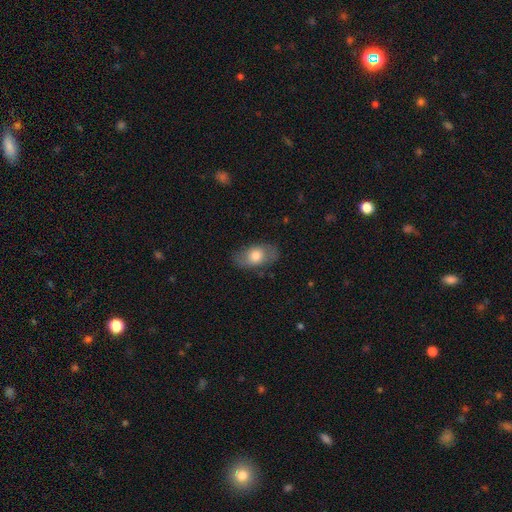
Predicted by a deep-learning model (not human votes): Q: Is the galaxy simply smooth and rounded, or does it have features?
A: smooth — 68%.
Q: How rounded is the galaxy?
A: in between — 87%.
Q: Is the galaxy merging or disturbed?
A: none — 79%.